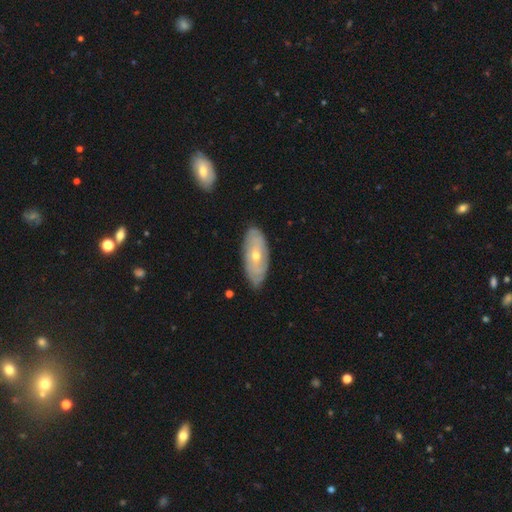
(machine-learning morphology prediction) This is likely a featured or disk galaxy (61%). It is clearly not viewed edge-on (84%). Bar: clearly no (83%). Spiral arm pattern: possibly yes (57%). Central bulge: possibly moderate (49%). Merging: clearly none (81%).